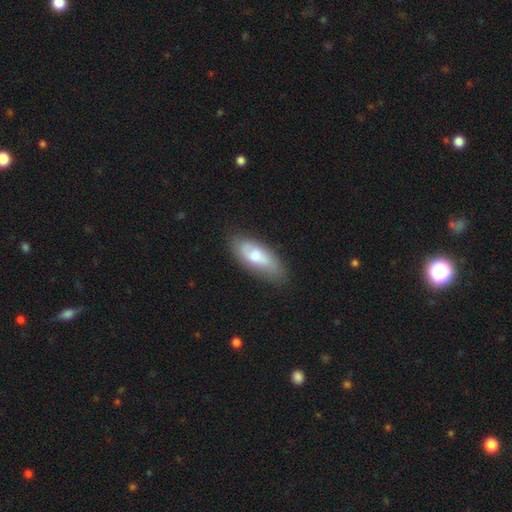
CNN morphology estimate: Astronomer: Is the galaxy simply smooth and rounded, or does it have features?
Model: smooth — 53% (runner-up: featured or disk, 41%).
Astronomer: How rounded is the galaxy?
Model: in between — 80%.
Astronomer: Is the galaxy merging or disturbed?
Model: none — 76%.